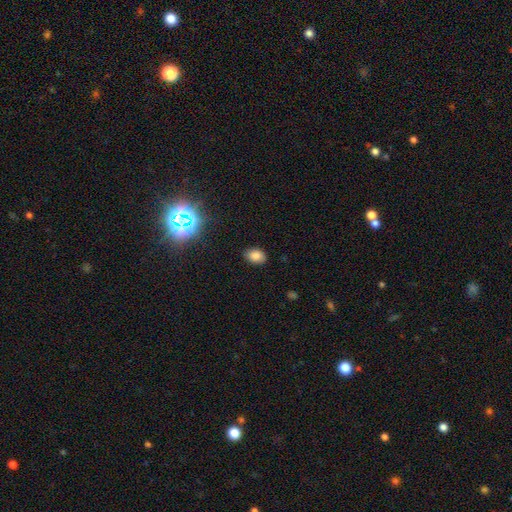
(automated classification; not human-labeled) Smooth or featured: smooth — 81% (star or artifact — 14%)
How rounded: in between — 74% (round — 25%)
Merging: none — 85% (minor disturbance — 11%)